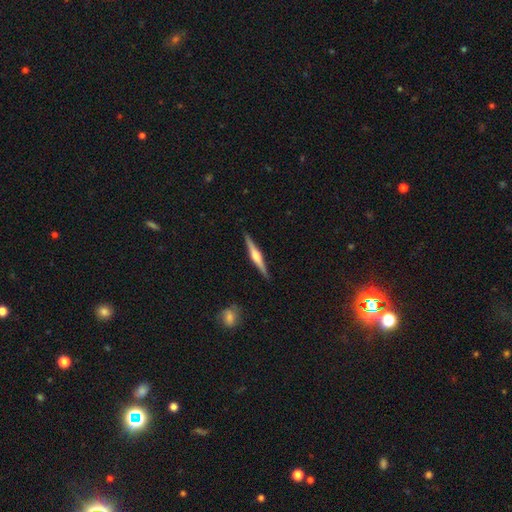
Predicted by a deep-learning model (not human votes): Smooth or featured: featured or disk — 73% (smooth — 22%)
Edge-on disk: yes — 98% (no — 2%)
Edge-on bulge: rounded — 83% (boxy — 11%)
Merging: none — 91% (minor disturbance — 7%)